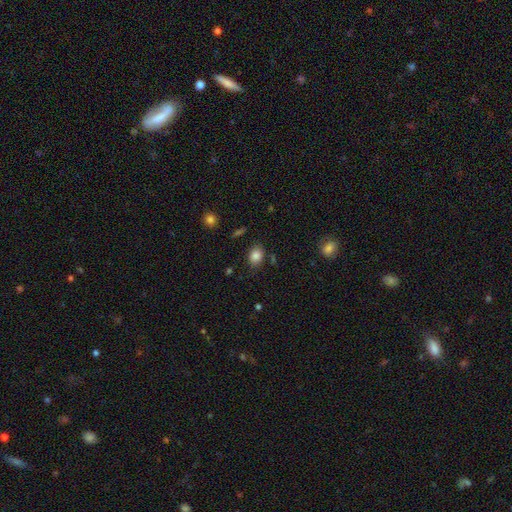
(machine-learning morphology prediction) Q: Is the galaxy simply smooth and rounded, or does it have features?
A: smooth — 85%.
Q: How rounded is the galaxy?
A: in between — 71%.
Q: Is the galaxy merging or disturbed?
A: none — 78%.